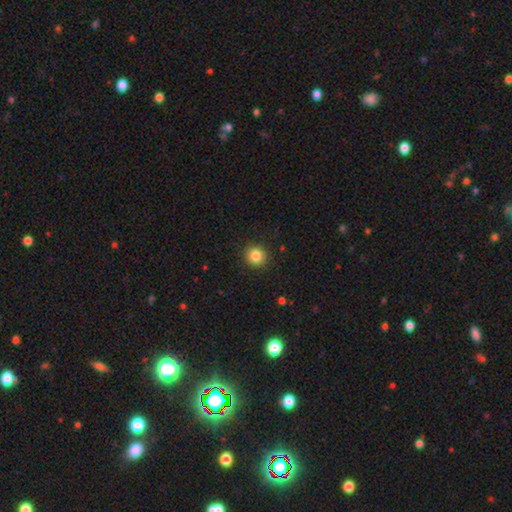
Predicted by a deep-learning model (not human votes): A smooth galaxy with no disk features (85%) that is round (92%). Merging: none (91%).